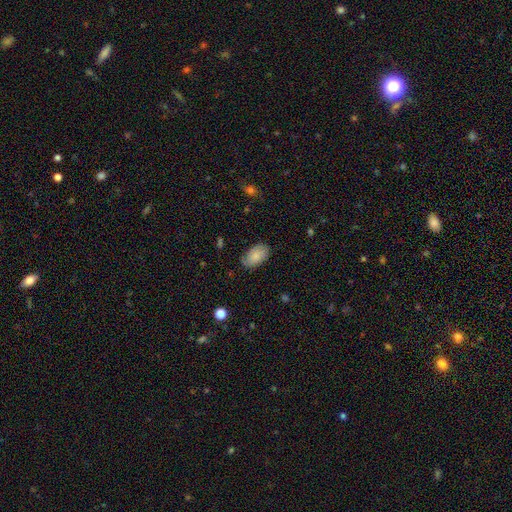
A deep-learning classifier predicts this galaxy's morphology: Smooth or featured? smooth (72%)
How rounded? in between (93%)
Merging? none (74%)